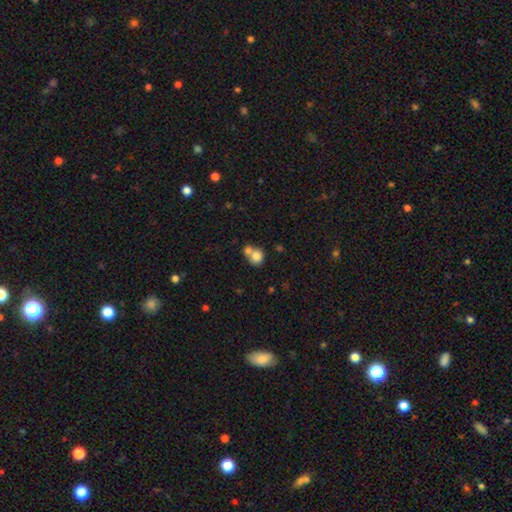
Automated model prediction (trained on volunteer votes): A smooth galaxy with no disk features (80%) that is round (78%).

Vote fractions:
- Smooth or featured? smooth: 80% / featured or disk: 10% / star or artifact: 10%
- How rounded? round: 78% / in between: 21% / cigar-shaped: 1%
- Merging? merger: 52% / none: 38% / minor disturbance: 8% / major disturbance: 3%